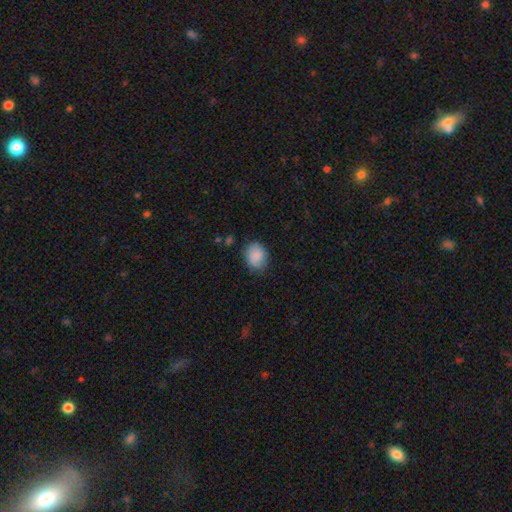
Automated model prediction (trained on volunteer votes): A smooth galaxy with no disk features (88%) that is in between round and cigar-shaped (57%). Merging: none (79%).